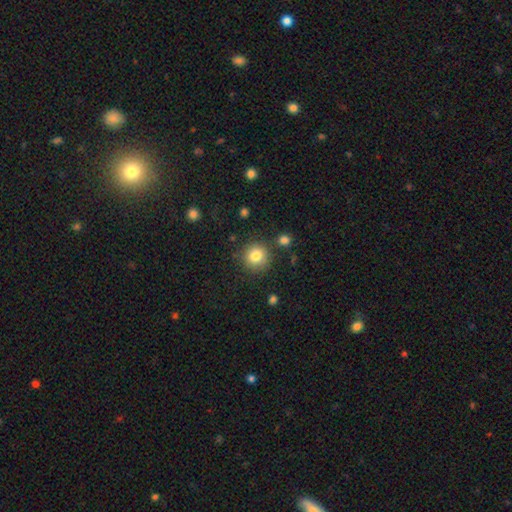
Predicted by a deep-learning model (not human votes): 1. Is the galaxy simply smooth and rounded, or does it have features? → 82% smooth, 10% star or artifact, 7% featured or disk.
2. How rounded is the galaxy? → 92% round, 7% in between, 1% cigar-shaped.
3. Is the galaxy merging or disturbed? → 83% none, 10% minor disturbance, 4% merger, 3% major disturbance.